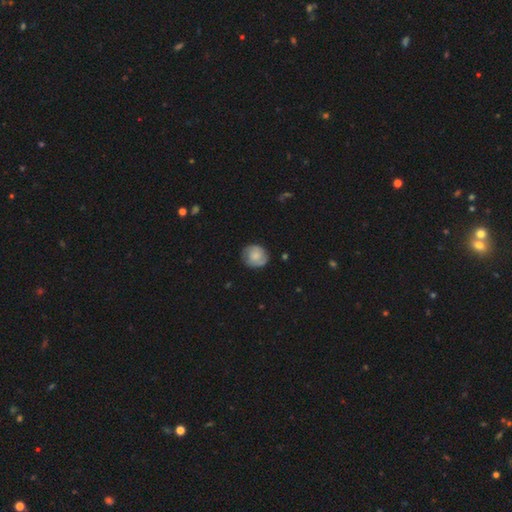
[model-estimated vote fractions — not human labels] Smooth or featured: smooth — 66% (featured or disk — 27%)
How rounded: round — 82% (in between — 17%)
Merging: none — 76% (minor disturbance — 19%)